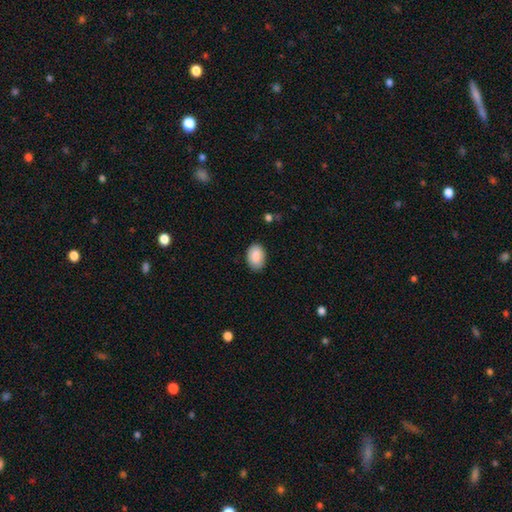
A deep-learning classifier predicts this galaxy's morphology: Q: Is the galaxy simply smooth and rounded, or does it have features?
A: smooth — 85%.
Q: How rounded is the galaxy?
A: in between — 86%.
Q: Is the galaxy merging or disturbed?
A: none — 85%.